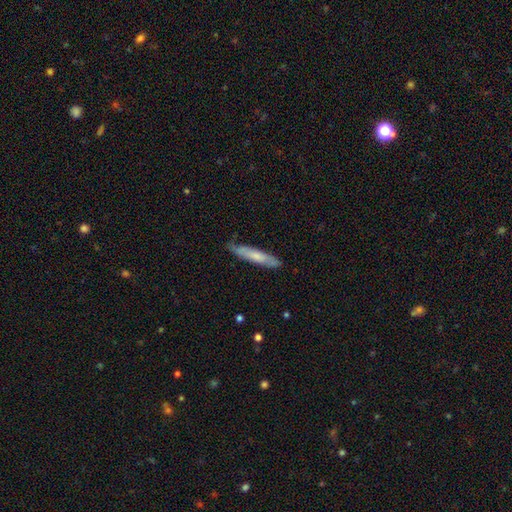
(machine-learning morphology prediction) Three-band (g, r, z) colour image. It shows a smooth galaxy with no disk features (57%) that is cigar-shaped (89%). Merging: none (78%).